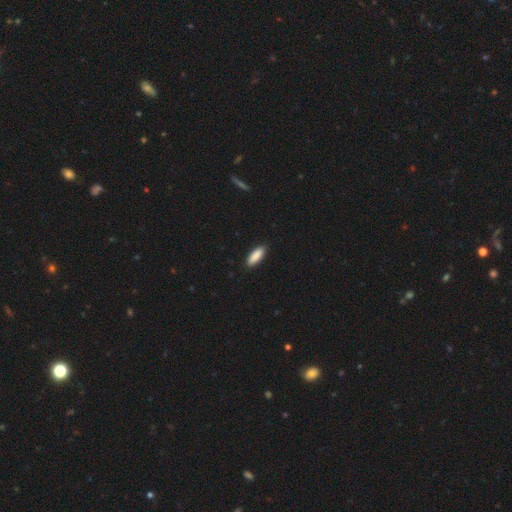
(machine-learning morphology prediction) A smooth galaxy with no disk features (90%) that is in between round and cigar-shaped (67%). Merging: none (89%).